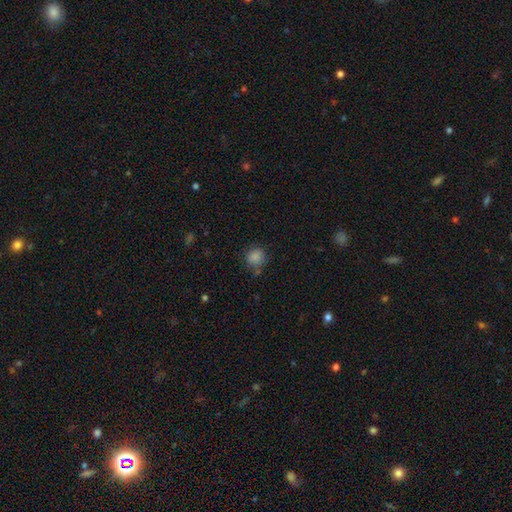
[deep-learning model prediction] This is likely a smooth galaxy (78%). How rounded: clearly round (83%). Merging: likely none (74%).